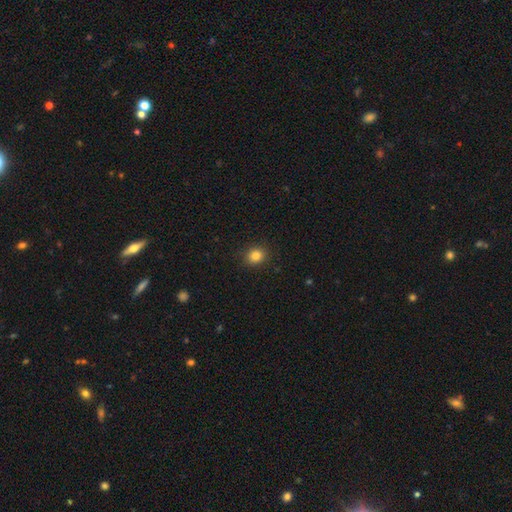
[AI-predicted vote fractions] smooth-or-featured: smooth: 84% | star or artifact: 11% | featured or disk: 5%
  how-rounded: round: 72% | in between: 27% | cigar-shaped: 1%
  merging: none: 90% | minor disturbance: 7% | major disturbance: 2% | merger: 1%